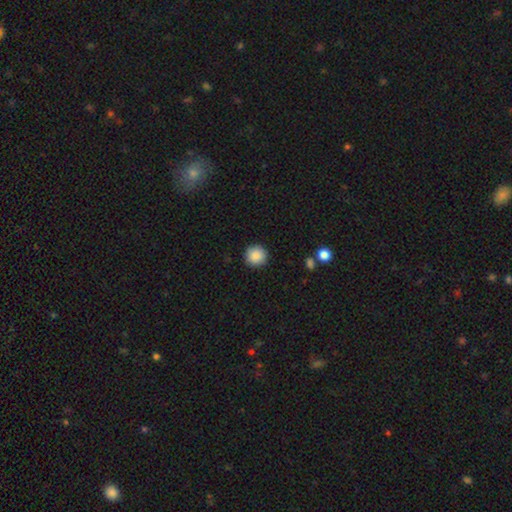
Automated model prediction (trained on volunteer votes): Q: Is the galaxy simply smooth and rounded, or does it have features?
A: smooth — 88%.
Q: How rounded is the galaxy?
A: round — 95%.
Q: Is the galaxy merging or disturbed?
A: none — 92%.